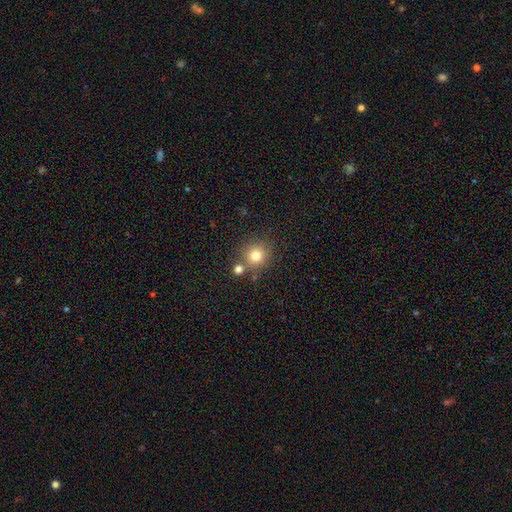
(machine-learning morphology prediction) This is likely a smooth galaxy (78%). How rounded: clearly round (89%). Merging: likely none (72%).